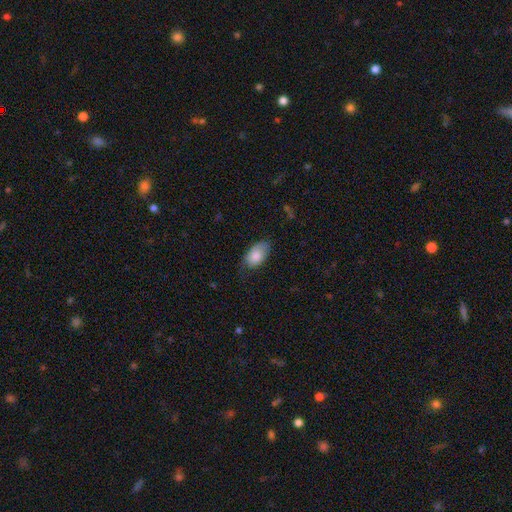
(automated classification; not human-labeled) Q: Smooth or featured?
A: smooth (82%); runner-up: featured or disk (11%)
Q: How rounded?
A: in between (93%); runner-up: round (5%)
Q: Merging?
A: none (57%); runner-up: minor disturbance (32%)